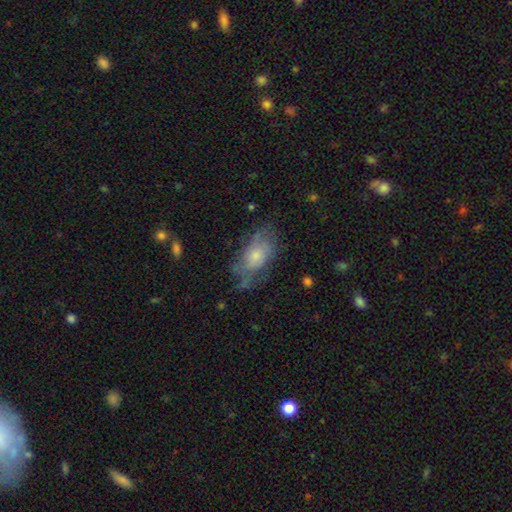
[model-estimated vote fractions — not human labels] Smooth or featured?
  - smooth: 48% *
  - featured or disk: 44%
  - star or artifact: 9%
Merging?
  - none: 54% *
  - minor disturbance: 27%
  - major disturbance: 17%
  - merger: 2%